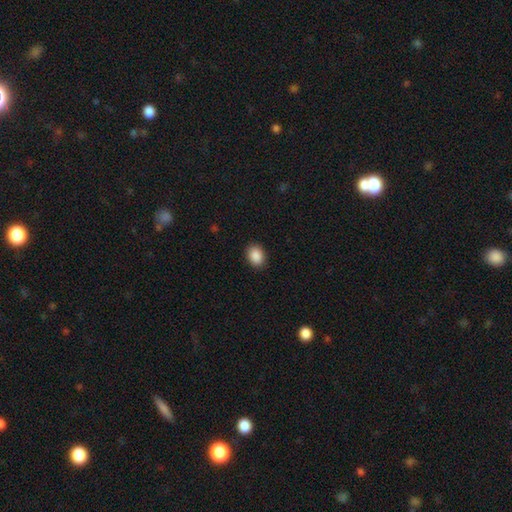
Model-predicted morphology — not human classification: Smooth or featured?
  - smooth: 89% *
  - star or artifact: 8%
  - featured or disk: 3%
How rounded?
  - in between: 58% *
  - round: 42%
  - cigar-shaped: 1%
Merging?
  - none: 90% *
  - minor disturbance: 7%
  - major disturbance: 2%
  - merger: 1%